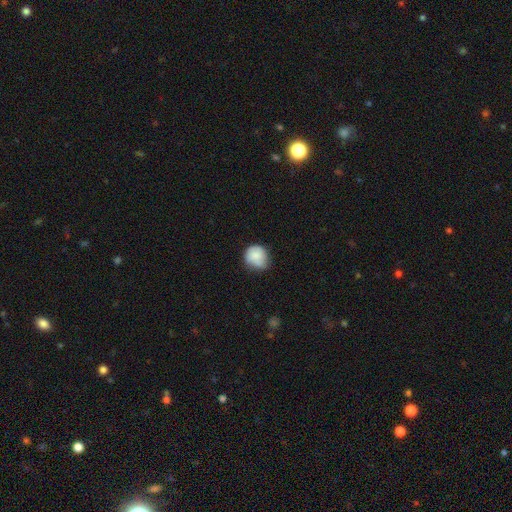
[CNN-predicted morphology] A smooth galaxy with no disk features (78%) that is round (80%). Merging: none (51%).